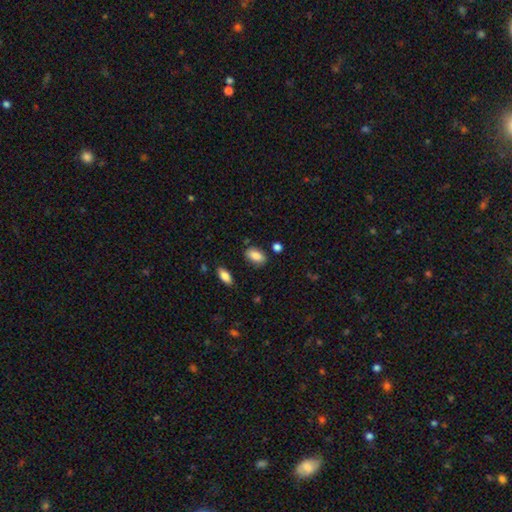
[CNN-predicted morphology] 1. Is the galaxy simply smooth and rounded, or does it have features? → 87% smooth, 7% star or artifact, 6% featured or disk.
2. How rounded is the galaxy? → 91% in between, 5% round, 4% cigar-shaped.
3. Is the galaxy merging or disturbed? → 81% none, 13% minor disturbance, 3% merger, 3% major disturbance.